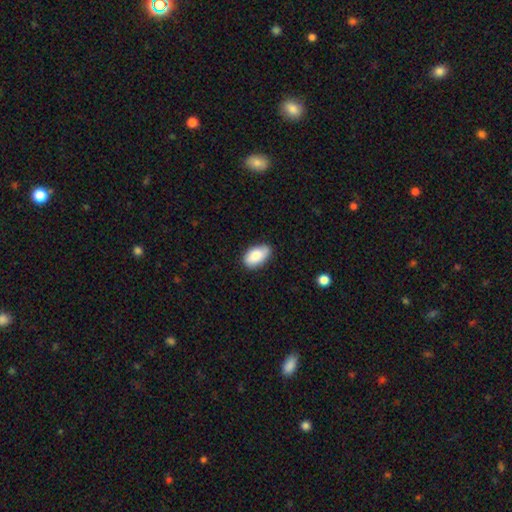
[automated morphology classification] smooth-or-featured: smooth: 86% | featured or disk: 7% | star or artifact: 7%
  how-rounded: in between: 94% | round: 4% | cigar-shaped: 2%
  merging: none: 78% | minor disturbance: 18% | major disturbance: 3% | merger: 1%